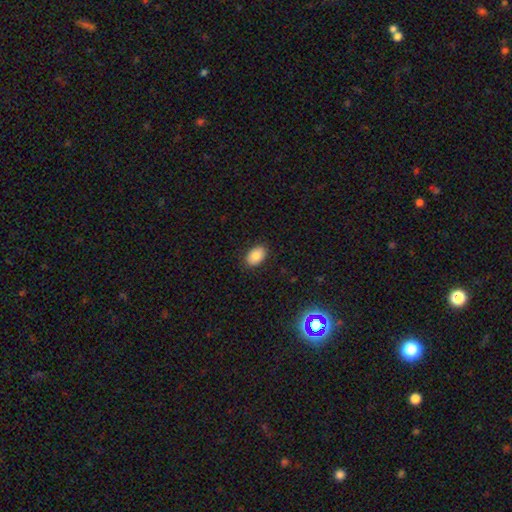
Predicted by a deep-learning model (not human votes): A smooth galaxy with no disk features (85%) that is in between round and cigar-shaped (87%).

Vote fractions:
- Smooth or featured? smooth: 85% / star or artifact: 8% / featured or disk: 7%
- How rounded? in between: 87% / round: 12% / cigar-shaped: 1%
- Merging? none: 88% / minor disturbance: 9% / major disturbance: 2% / merger: 1%